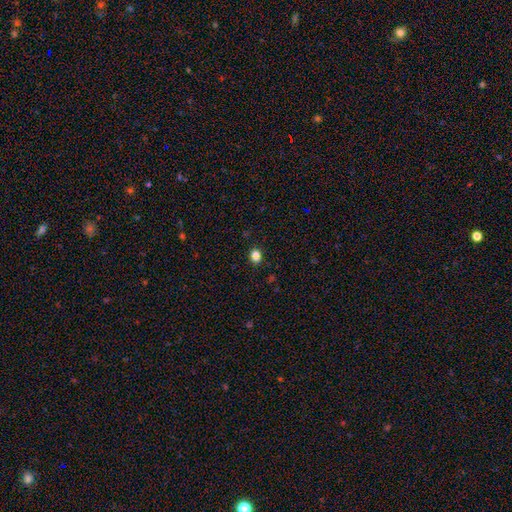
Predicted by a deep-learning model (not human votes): Smooth or featured?
  - smooth: 72% *
  - star or artifact: 22%
  - featured or disk: 6%
How rounded?
  - round: 76% *
  - in between: 23%
  - cigar-shaped: 1%
Merging?
  - none: 69% *
  - merger: 18%
  - minor disturbance: 9%
  - major disturbance: 4%